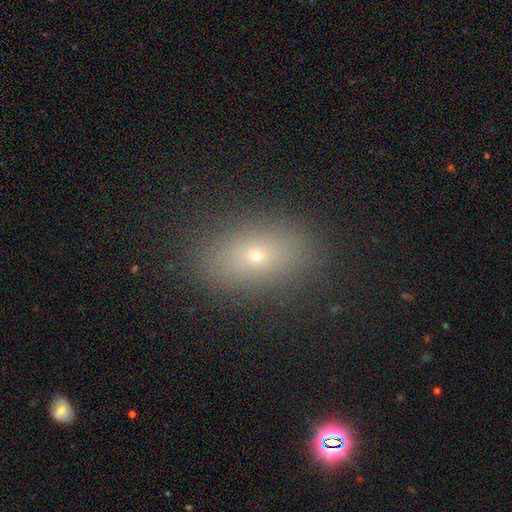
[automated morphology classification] This is likely a smooth galaxy (63%). How rounded: likely in between (80%). Merging: clearly none (85%).